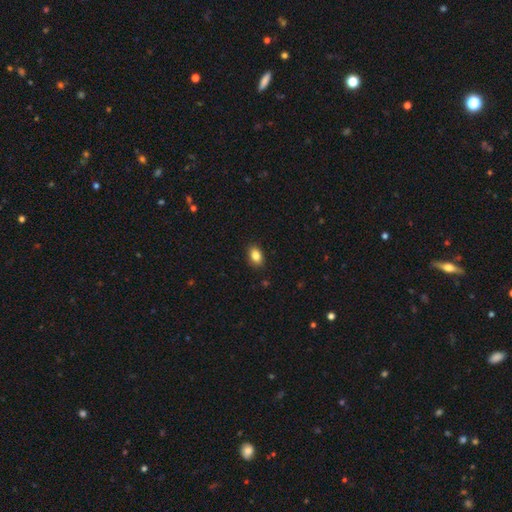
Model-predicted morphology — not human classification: Overall: smooth (86%). How rounded: in between (85%). Merging: none (88%).